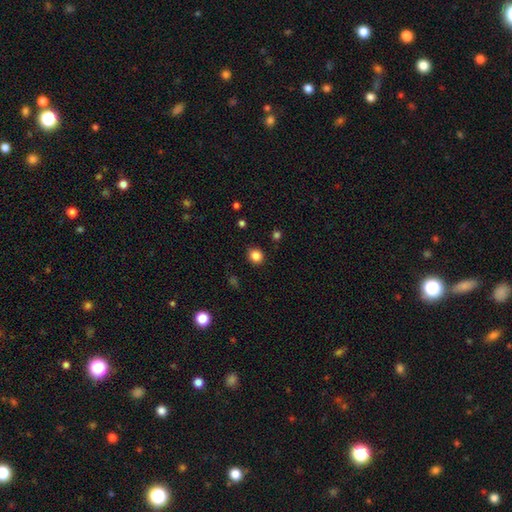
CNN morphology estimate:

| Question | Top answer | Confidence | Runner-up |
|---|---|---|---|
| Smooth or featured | smooth | 85% | star or artifact (11%) |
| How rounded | round | 83% | in between (16%) |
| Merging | none | 90% | minor disturbance (7%) |